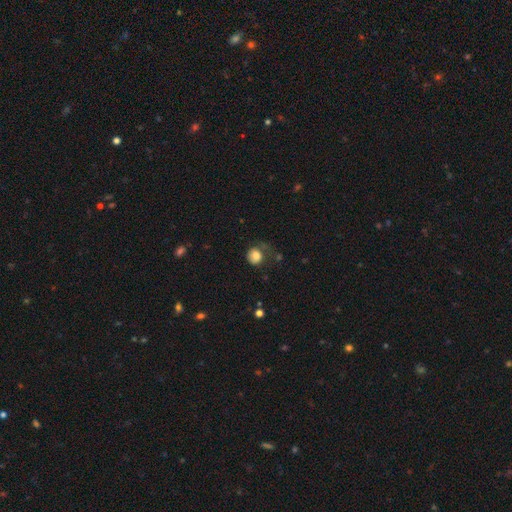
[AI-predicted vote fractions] smooth 78%, featured or disk 13%, star or artifact 10%. Down the decision tree: how rounded — round (76%); merging — none (49%).